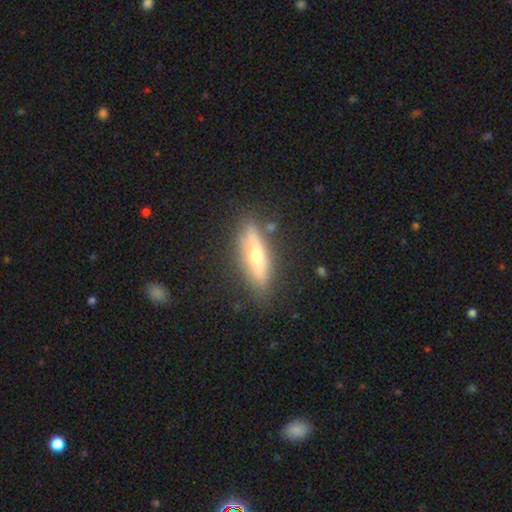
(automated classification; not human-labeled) Smooth or featured: featured or disk — 54% (smooth — 39%)
Edge-on disk: yes — 83% (no — 17%)
Merging: none — 83% (minor disturbance — 12%)